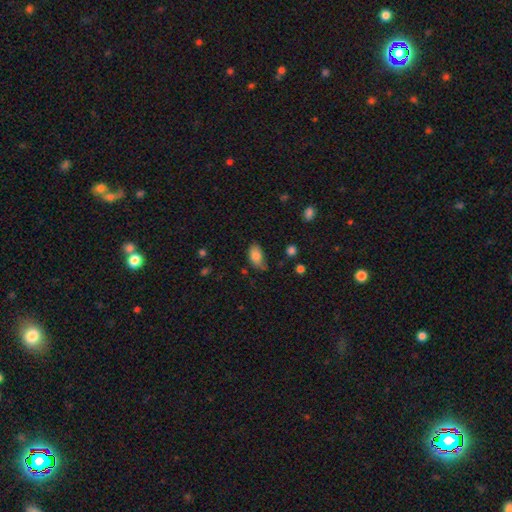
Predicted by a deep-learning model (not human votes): This appears to be a smooth galaxy with no disk features (83%) that is in between round and cigar-shaped (92%). Merging: none (59%).